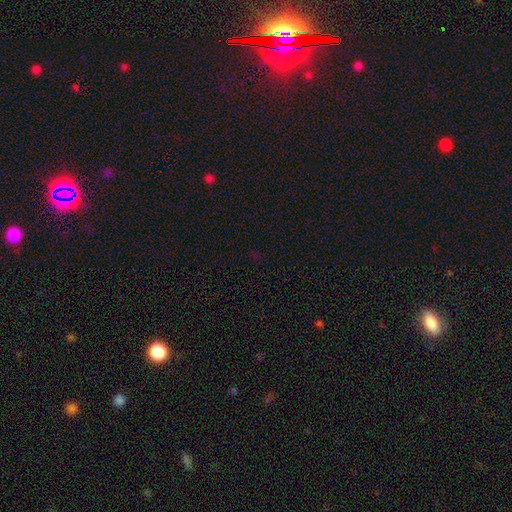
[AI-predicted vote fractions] Morphology: type=star or artifact (69%).